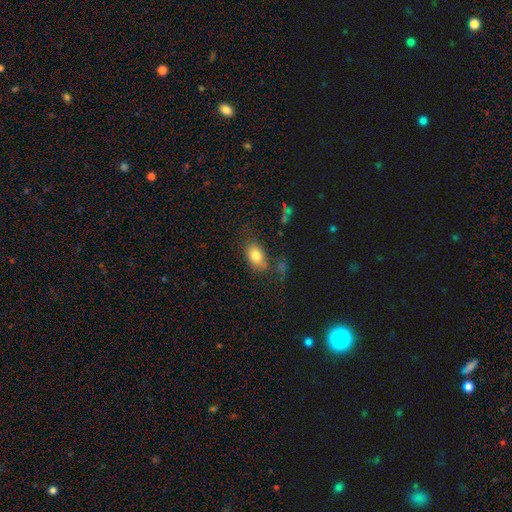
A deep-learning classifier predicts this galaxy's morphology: Q: Smooth or featured?
A: smooth (81%); runner-up: featured or disk (11%)
Q: How rounded?
A: in between (84%); runner-up: round (14%)
Q: Merging?
A: none (65%); runner-up: minor disturbance (21%)